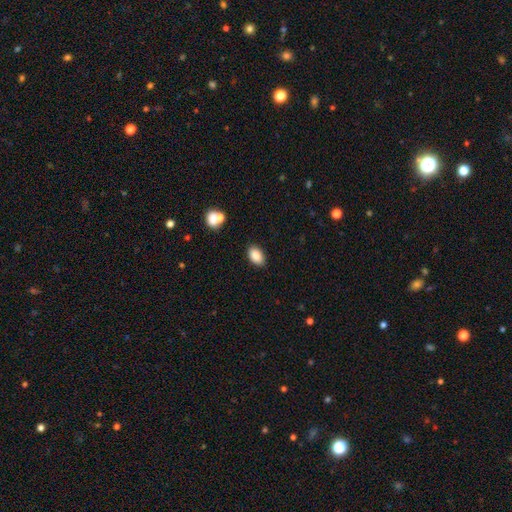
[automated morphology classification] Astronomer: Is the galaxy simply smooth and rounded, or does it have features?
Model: smooth — 87%.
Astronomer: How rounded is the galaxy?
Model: in between — 88%.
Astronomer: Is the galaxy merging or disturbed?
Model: none — 87%.